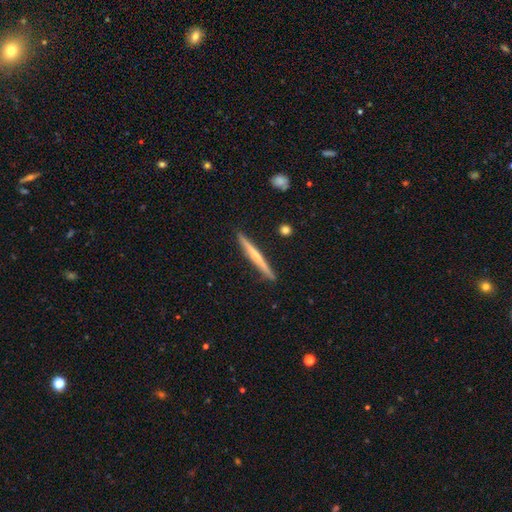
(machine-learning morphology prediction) A featured or disk galaxy (54%) viewed edge-on (98%) with no central bulge (64%).

Vote fractions:
- Smooth or featured? featured or disk: 54% / smooth: 40% / star or artifact: 6%
- Edge-on disk? yes: 98% / no: 2%
- Edge-on bulge? none: 64% / rounded: 29% / boxy: 7%
- Merging? none: 91% / minor disturbance: 7% / merger: 1% / major disturbance: 1%